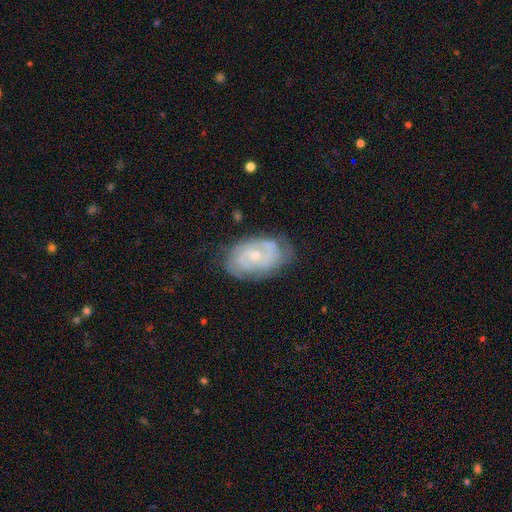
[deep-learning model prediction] Morphology: type=featured or disk (78%); edge-on=no (96%); bar=no (64%); spiral arms=yes (90%); winding=tight (62%); arm count=2 (49%); bulge=small (62%); merging=none (72%).